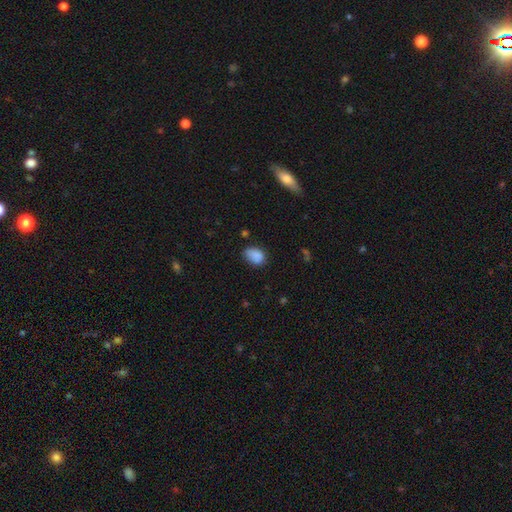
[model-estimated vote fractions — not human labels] A smooth galaxy with no disk features (85%) that is in between round and cigar-shaped (79%). Merging: none (63%).